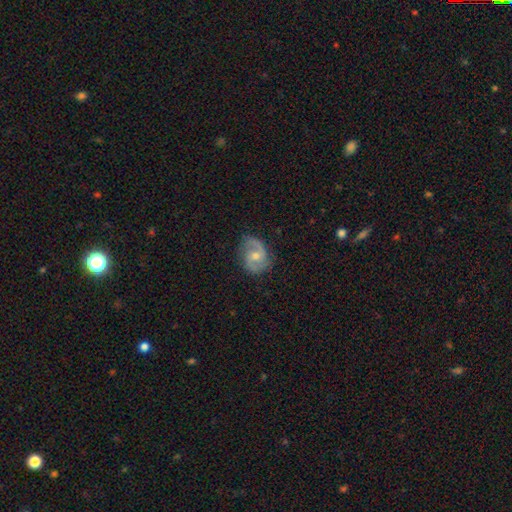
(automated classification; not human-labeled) featured or disk 78%, smooth 16%, star or artifact 6%. Down the decision tree: edge-on disk — no (97%); bar — no (53%); spiral arms — yes (94%); spiral arm count — 2 (87%); spiral winding — medium (50%); bulge size — moderate (57%); merging — none (74%).